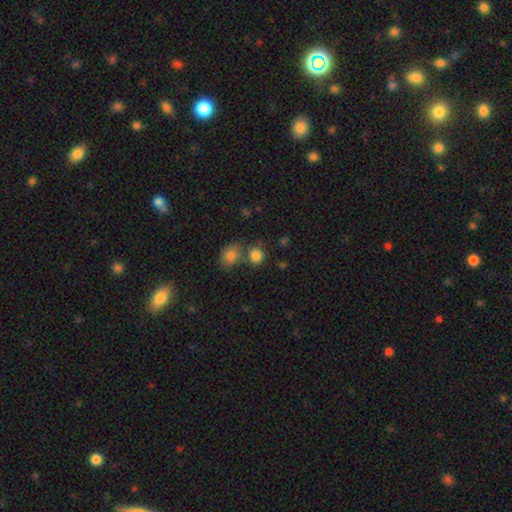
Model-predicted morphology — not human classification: Overall: smooth (83%). How rounded: round (78%). Merging: none (59%; merger 28%).